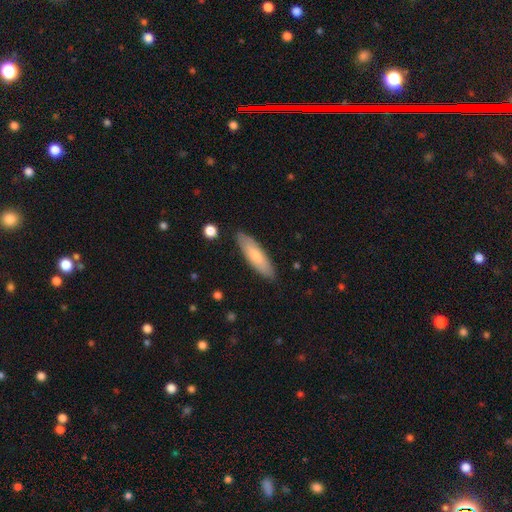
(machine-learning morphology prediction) type=smooth (70%); roundness=cigar-shaped (57%); merging=none (85%).